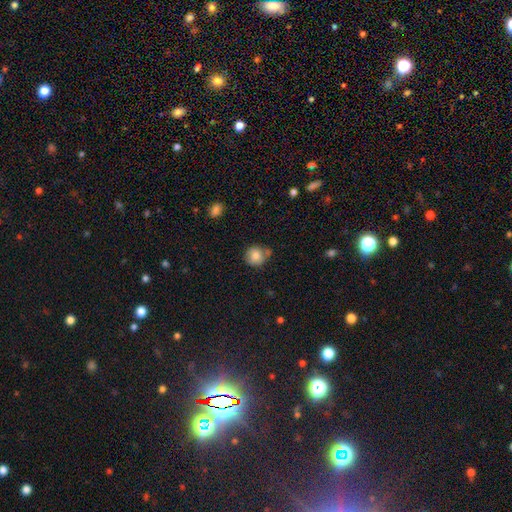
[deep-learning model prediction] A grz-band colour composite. It shows a smooth galaxy with no disk features (81%) that is round (88%). Merging: none (67%).